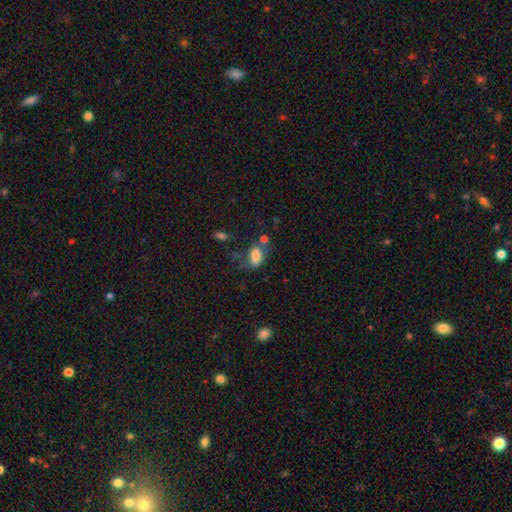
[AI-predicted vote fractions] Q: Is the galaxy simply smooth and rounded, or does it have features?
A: smooth — 77%.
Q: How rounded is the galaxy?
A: in between — 86%.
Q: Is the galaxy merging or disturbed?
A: none — 38%.